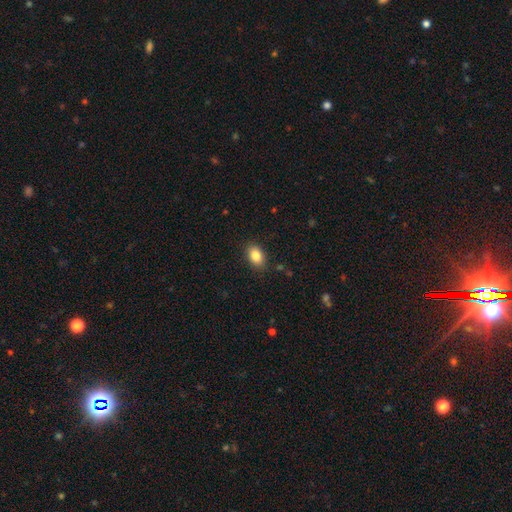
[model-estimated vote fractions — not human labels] The model was most divided on "how rounded": in between: 81%, round: 17%, cigar-shaped: 1%. More confident: smooth or featured — smooth (86%); merging — none (86%).